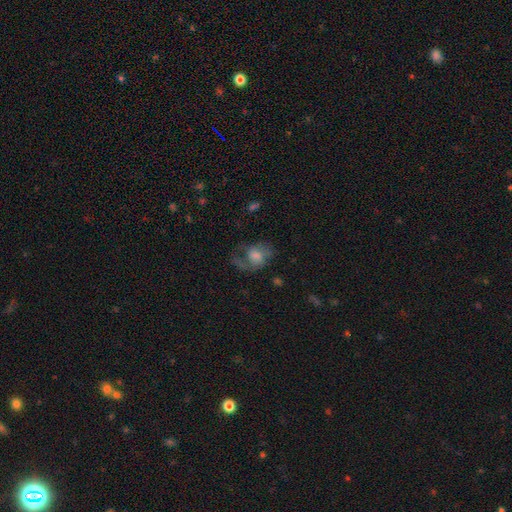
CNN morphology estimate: featured or disk 49%, smooth 40%, star or artifact 11%. Down the decision tree: merging — none (41%).